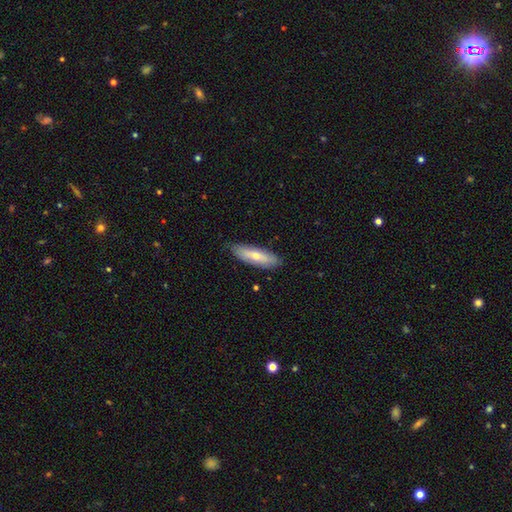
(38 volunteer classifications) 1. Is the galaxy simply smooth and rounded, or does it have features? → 61% smooth, 29% featured or disk, 11% star or artifact.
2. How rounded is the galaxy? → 52% in between, 48% cigar-shaped, 0% round.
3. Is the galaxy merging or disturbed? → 91% none, 9% minor disturbance, 0% major disturbance, 0% merger.